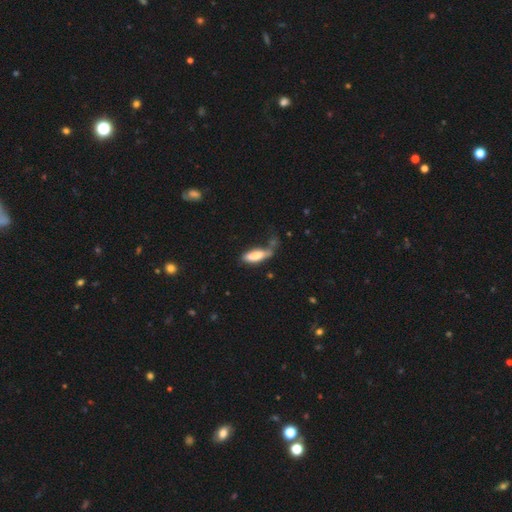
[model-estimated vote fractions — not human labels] smooth-or-featured: smooth: 77% | featured or disk: 16% | star or artifact: 7%
  how-rounded: in between: 60% | cigar-shaped: 38% | round: 2%
  merging: none: 35% | minor disturbance: 32% | major disturbance: 19% | merger: 14%